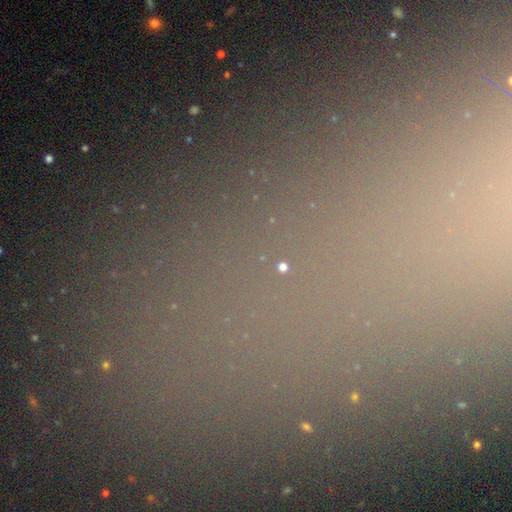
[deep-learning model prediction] Morphology: type=star or artifact (73%).